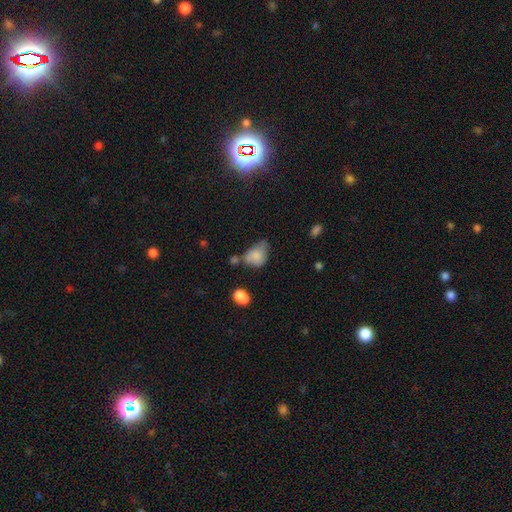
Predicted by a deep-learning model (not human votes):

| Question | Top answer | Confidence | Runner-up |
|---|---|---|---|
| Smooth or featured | smooth | 75% | featured or disk (15%) |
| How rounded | in between | 72% | round (26%) |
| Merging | minor disturbance | 39% | none (29%) |